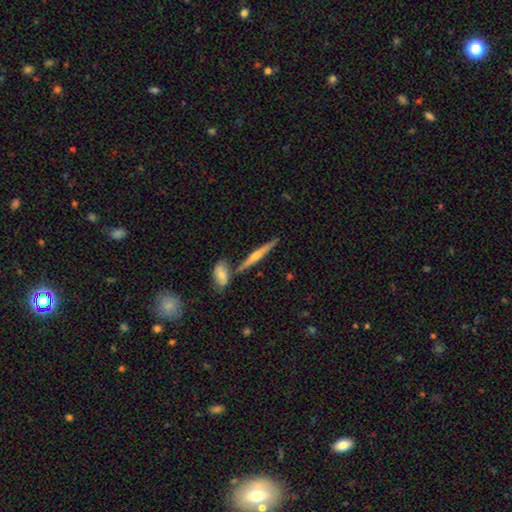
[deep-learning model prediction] Smooth or featured? Predicted: featured or disk (p=0.73). Edge-on disk? Predicted: yes (p=0.97). Edge-on bulge? Predicted: rounded (p=0.84). Merging? Predicted: none (p=0.81).